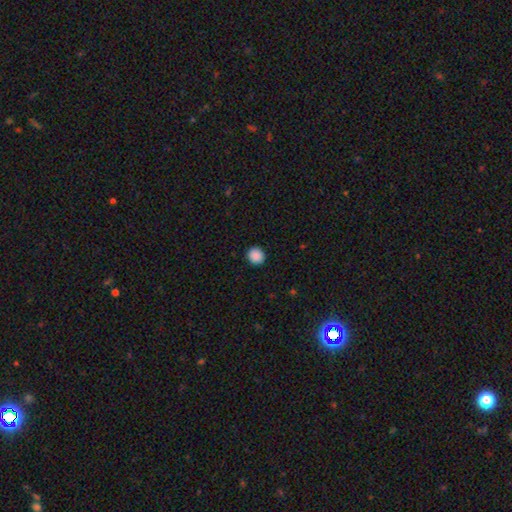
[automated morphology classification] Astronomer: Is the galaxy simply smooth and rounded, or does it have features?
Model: smooth — 89%.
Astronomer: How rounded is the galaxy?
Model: round — 87%.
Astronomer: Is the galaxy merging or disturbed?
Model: none — 93%.